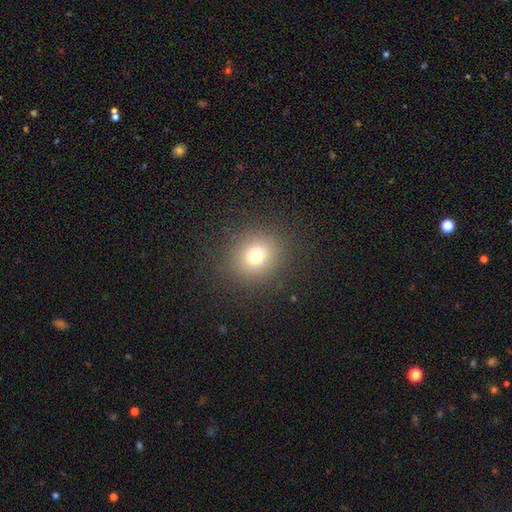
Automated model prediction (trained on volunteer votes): Q: Smooth or featured?
A: smooth (73%); runner-up: star or artifact (16%)
Q: How rounded?
A: round (82%); runner-up: in between (17%)
Q: Merging?
A: none (87%); runner-up: minor disturbance (8%)